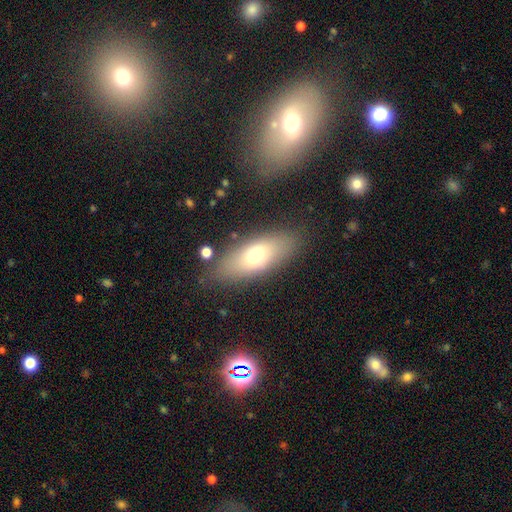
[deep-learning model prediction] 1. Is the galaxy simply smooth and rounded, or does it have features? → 68% smooth, 23% featured or disk, 8% star or artifact.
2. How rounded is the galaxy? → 72% in between, 25% cigar-shaped, 3% round.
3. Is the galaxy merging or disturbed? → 81% none, 11% minor disturbance, 4% major disturbance, 3% merger.